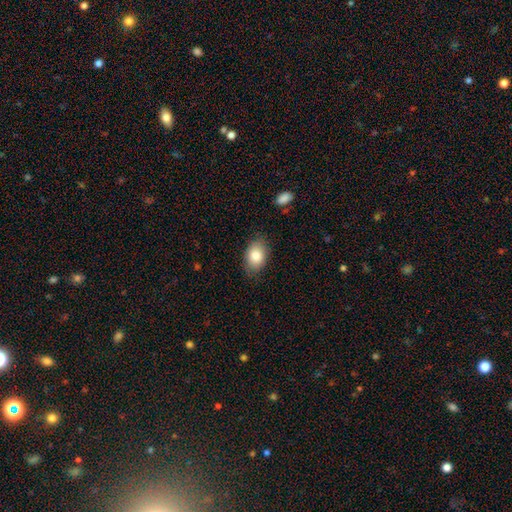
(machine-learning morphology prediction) smooth_or_featured: smooth (p=0.84) [alt: featured or disk p=0.09]
how_rounded: in between (p=0.85) [alt: round p=0.14]
merging: none (p=0.83) [alt: minor disturbance p=0.13]